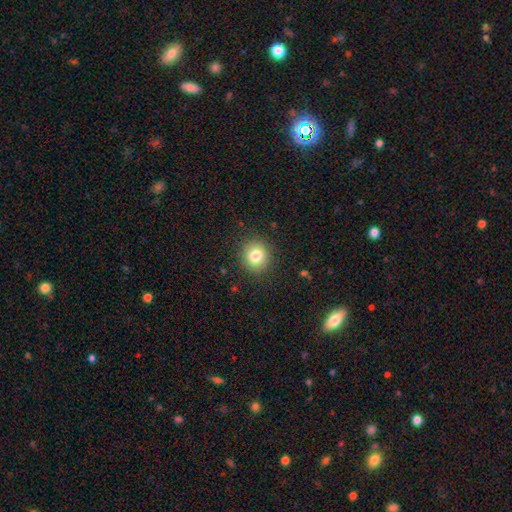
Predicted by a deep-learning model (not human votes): A smooth galaxy with no disk features (81%) that is round (82%). Merging: none (89%).